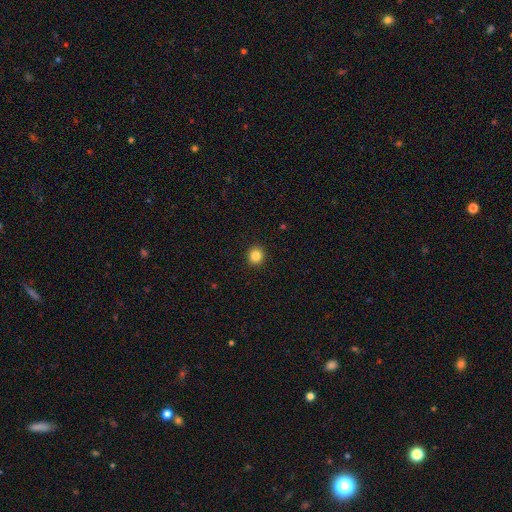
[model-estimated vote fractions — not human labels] Q: Smooth or featured?
A: smooth (84%); runner-up: star or artifact (11%)
Q: How rounded?
A: round (88%); runner-up: in between (11%)
Q: Merging?
A: none (93%); runner-up: minor disturbance (5%)